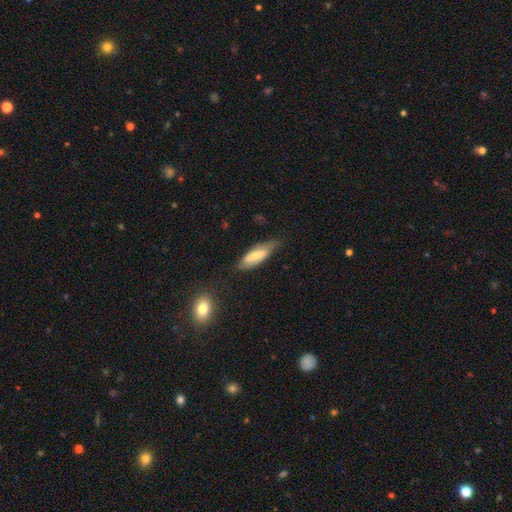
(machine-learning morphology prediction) This is likely a smooth galaxy (67%). How rounded: possibly in between (59%). Merging: possibly none (58%).